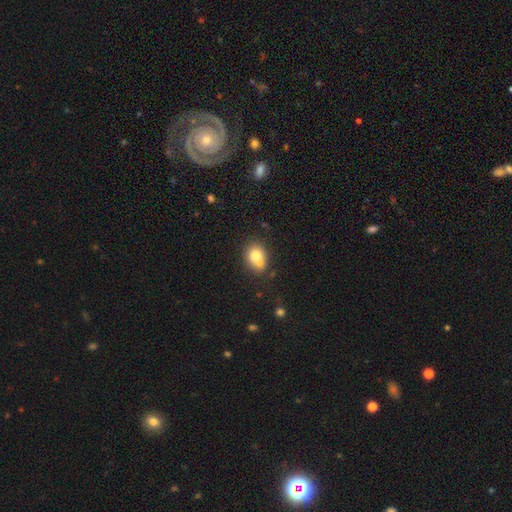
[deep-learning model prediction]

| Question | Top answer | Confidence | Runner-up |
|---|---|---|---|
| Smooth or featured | smooth | 73% | featured or disk (17%) |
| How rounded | round | 54% | in between (45%) |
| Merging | none | 45% | merger (35%) |